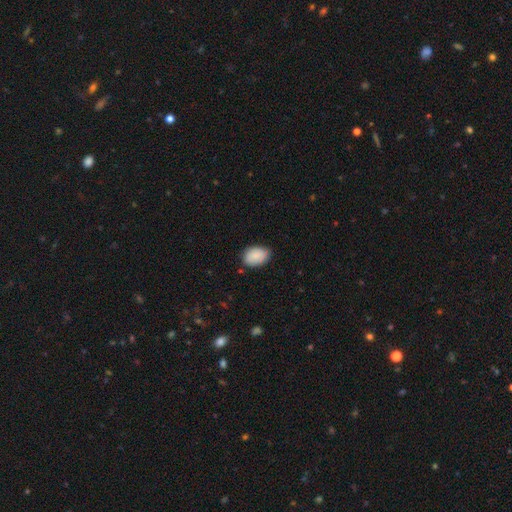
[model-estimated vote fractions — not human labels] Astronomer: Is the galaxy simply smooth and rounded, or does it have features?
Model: smooth — 87%.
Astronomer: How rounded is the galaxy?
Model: in between — 86%.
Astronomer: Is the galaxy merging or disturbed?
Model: none — 78%.